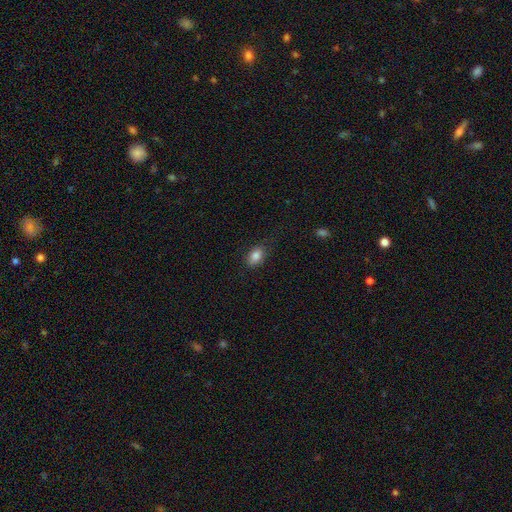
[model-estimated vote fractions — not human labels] Smooth or featured? smooth (85%)
How rounded? in between (86%)
Merging? none (82%)